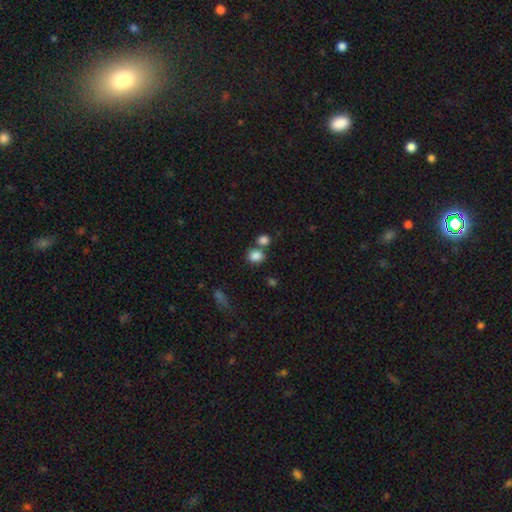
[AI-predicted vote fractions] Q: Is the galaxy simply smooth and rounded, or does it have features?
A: smooth — 84%.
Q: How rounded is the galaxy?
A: round — 54%.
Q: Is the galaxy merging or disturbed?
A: none — 53%.